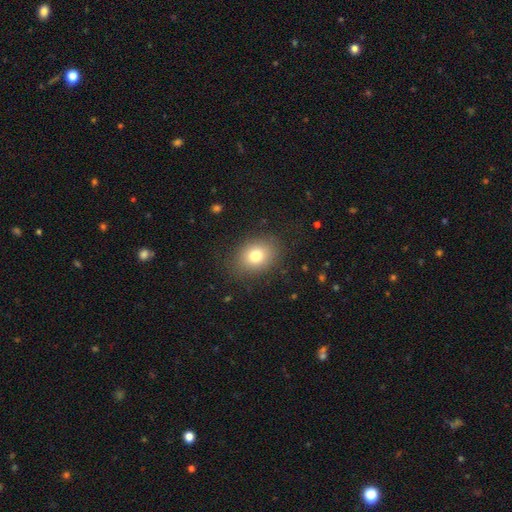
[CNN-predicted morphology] smooth 78%, star or artifact 11%, featured or disk 11%. Down the decision tree: how rounded — in between (55%); merging — none (84%).